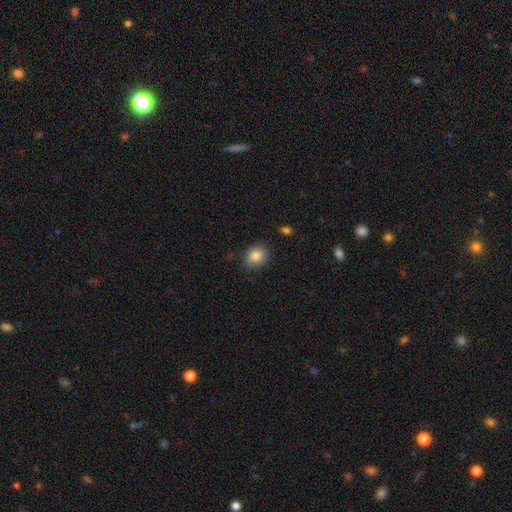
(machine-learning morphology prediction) Overall: smooth (86%). How rounded: round (55%; in between 44%). Merging: none (84%).